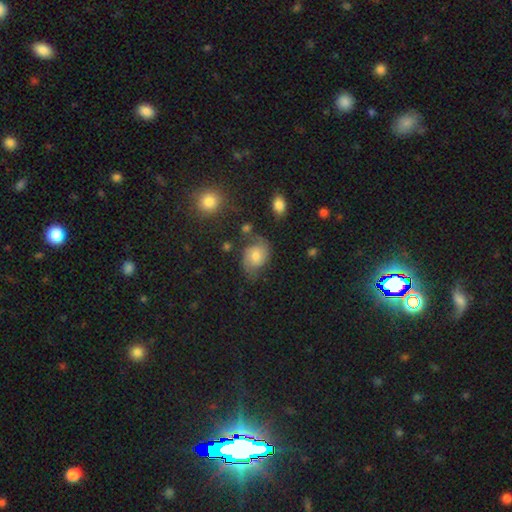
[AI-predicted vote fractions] smooth_or_featured: featured or disk (p=0.45) [alt: smooth p=0.43]
merging: none (p=0.57) [alt: minor disturbance p=0.26]